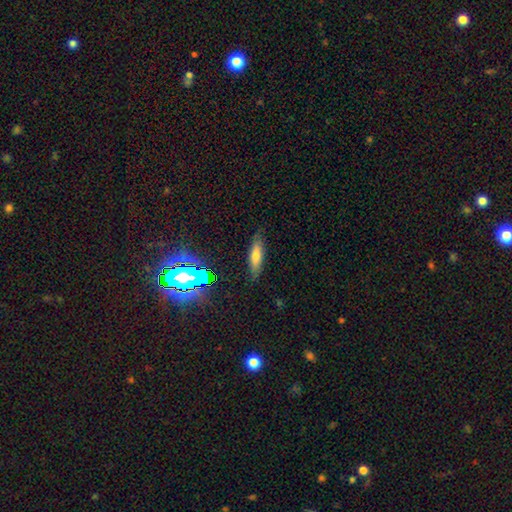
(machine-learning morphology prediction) Overall: smooth (66%). How rounded: cigar-shaped (60%; in between 38%). Merging: none (80%).